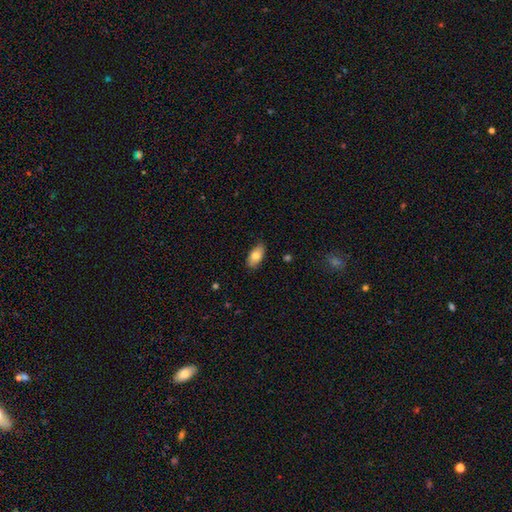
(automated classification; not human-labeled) Smooth or featured?
  - smooth: 78% *
  - featured or disk: 16%
  - star or artifact: 7%
How rounded?
  - in between: 92% *
  - cigar-shaped: 5%
  - round: 3%
Merging?
  - none: 83% *
  - minor disturbance: 14%
  - major disturbance: 2%
  - merger: 1%